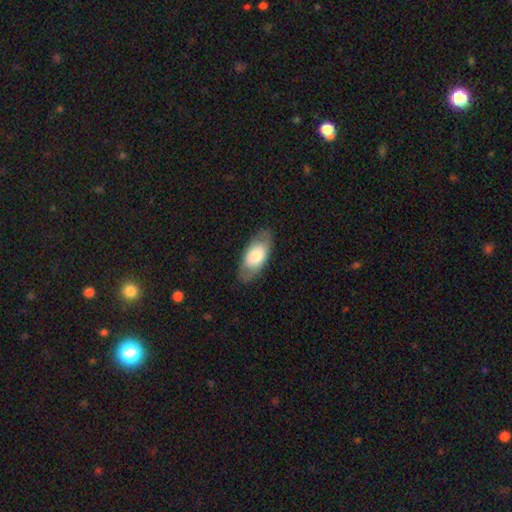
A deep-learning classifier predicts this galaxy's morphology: This appears to be a smooth galaxy with no disk features (67%) that is in between round and cigar-shaped (89%). Merging: none (79%).